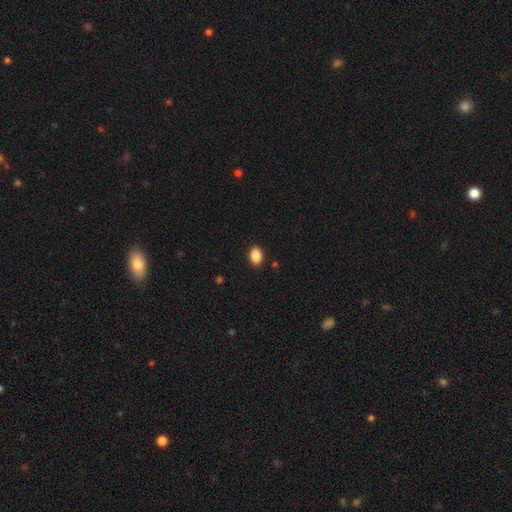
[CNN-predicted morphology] This appears to be a smooth galaxy with no disk features (88%) that is in between round and cigar-shaped (83%). Merging: none (89%).